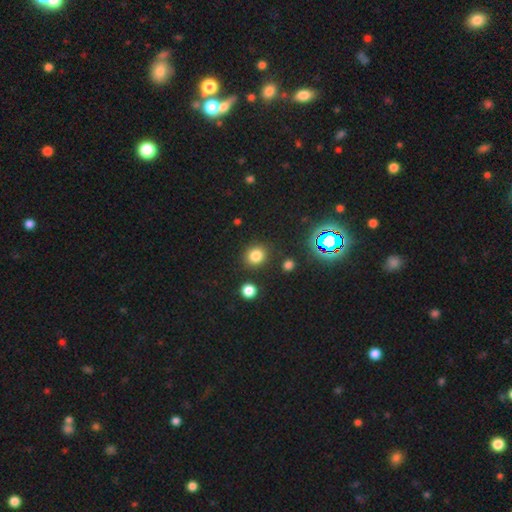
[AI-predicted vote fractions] Overall: smooth (79%). How rounded: round (78%). Merging: none (86%).